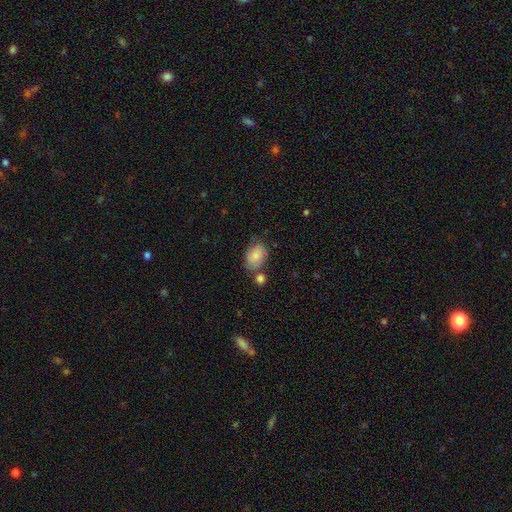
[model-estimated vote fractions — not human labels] The model was most divided on "merging": none: 55%, minor disturbance: 22%, merger: 16%, major disturbance: 7%. More confident: how rounded — in between (84%); smooth or featured — smooth (77%).